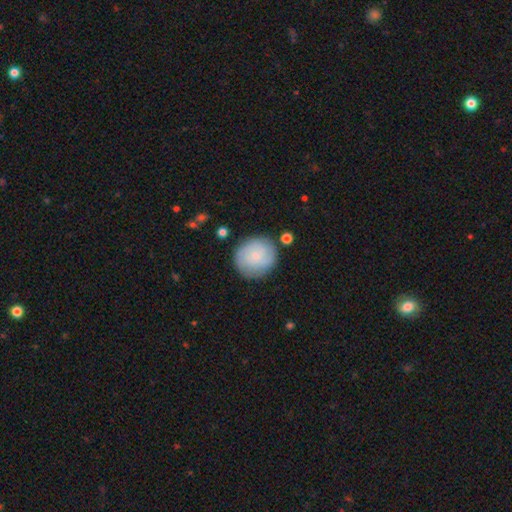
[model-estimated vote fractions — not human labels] A featured or disk galaxy (49%).

Vote fractions:
- Smooth or featured? featured or disk: 49% / smooth: 43% / star or artifact: 7%
- Merging? none: 82% / minor disturbance: 12% / major disturbance: 4% / merger: 3%